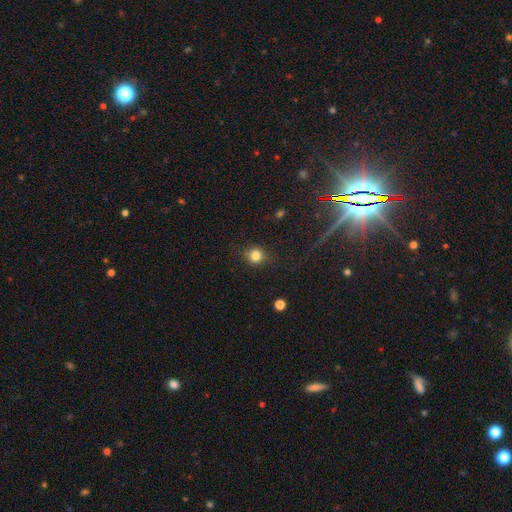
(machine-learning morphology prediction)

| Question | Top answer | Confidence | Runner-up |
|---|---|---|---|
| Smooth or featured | smooth | 82% | star or artifact (12%) |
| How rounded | round | 84% | in between (15%) |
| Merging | none | 82% | minor disturbance (12%) |